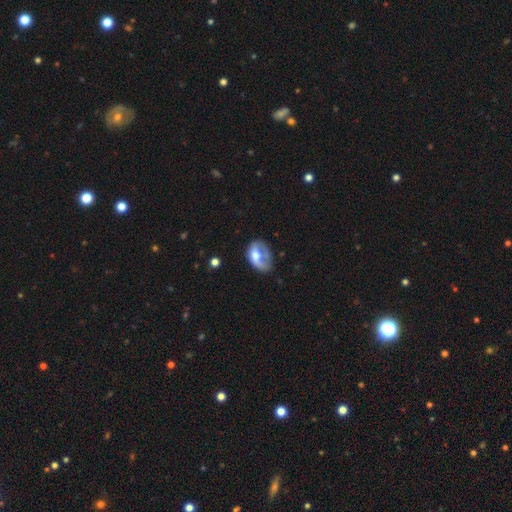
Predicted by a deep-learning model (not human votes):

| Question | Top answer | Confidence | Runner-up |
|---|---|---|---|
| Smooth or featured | smooth | 49% | featured or disk (43%) |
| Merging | major disturbance | 38% | none (29%) |